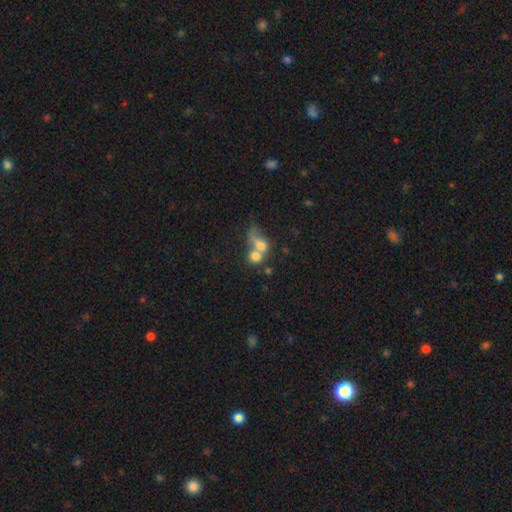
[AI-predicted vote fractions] A smooth galaxy with no disk features (69%) that is round (50%). Merging: merger (68%).